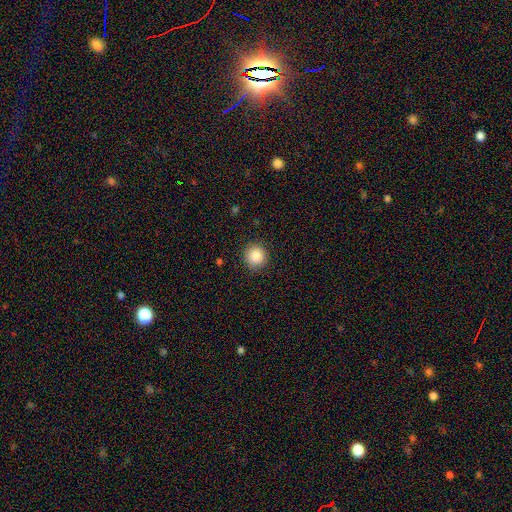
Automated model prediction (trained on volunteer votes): Overall: smooth (86%). How rounded: round (94%). Merging: none (90%).